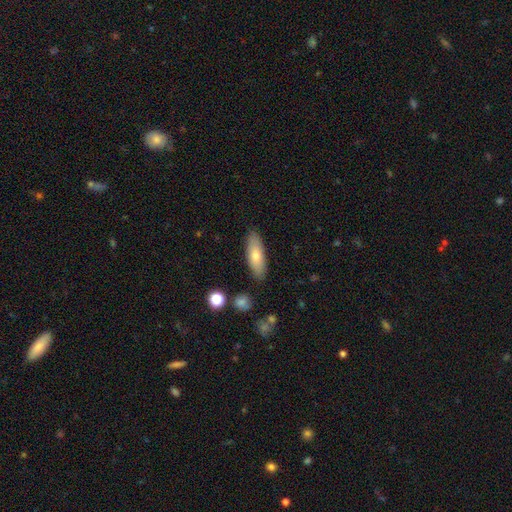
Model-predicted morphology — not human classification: Smooth or featured: smooth — 71% (featured or disk — 23%)
How rounded: in between — 57% (cigar-shaped — 41%)
Merging: none — 86% (minor disturbance — 10%)